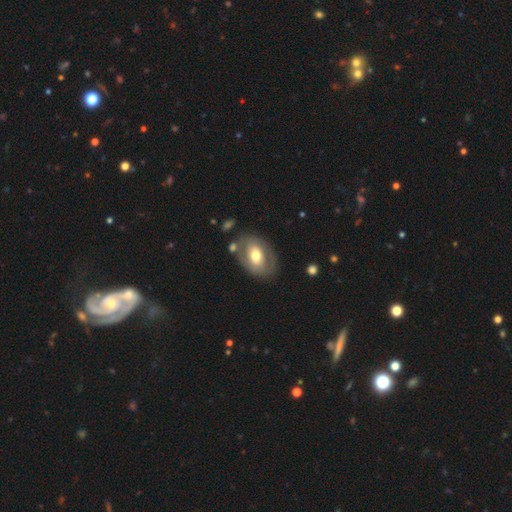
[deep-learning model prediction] smooth-or-featured: featured or disk: 49% | smooth: 46% | star or artifact: 6%
  merging: none: 70% | minor disturbance: 16% | merger: 7% | major disturbance: 7%